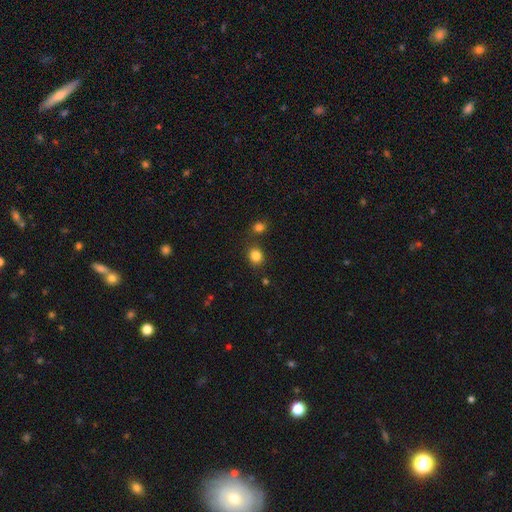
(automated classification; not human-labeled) Overall: smooth (83%). How rounded: round (71%). Merging: none (79%).